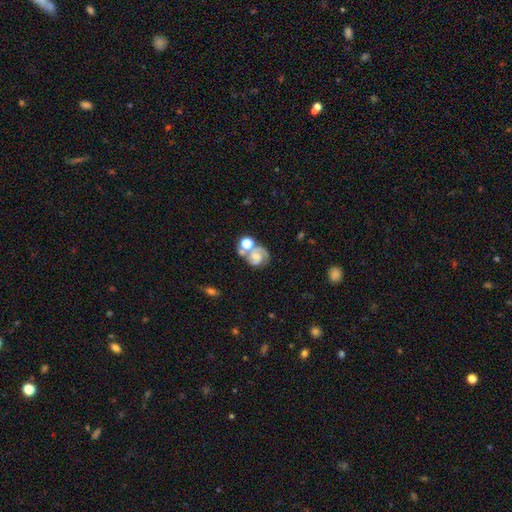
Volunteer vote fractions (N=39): Smooth or featured?
  - featured or disk: 72% *
  - smooth: 18%
  - star or artifact: 10%
Edge-on disk?
  - no: 100% *
  - yes: 0%
Bar?
  - no: 57% *
  - weak: 39%
  - strong: 4%
Spiral arms?
  - yes: 96% *
  - no: 4%
Spiral winding?
  - tight: 52% *
  - medium: 44%
  - loose: 4%
Spiral arm count?
  - 2: 74% *
  - 1: 11%
  - 3: 7%
  - 4: 4%
  - can't tell: 4%
  - more than 4: 0%
Bulge size?
  - small: 43% *
  - moderate: 32%
  - none: 14%
  - large: 11%
  - dominant: 0%
Merging?
  - merger: 49% *
  - major disturbance: 23%
  - minor disturbance: 17%
  - none: 11%